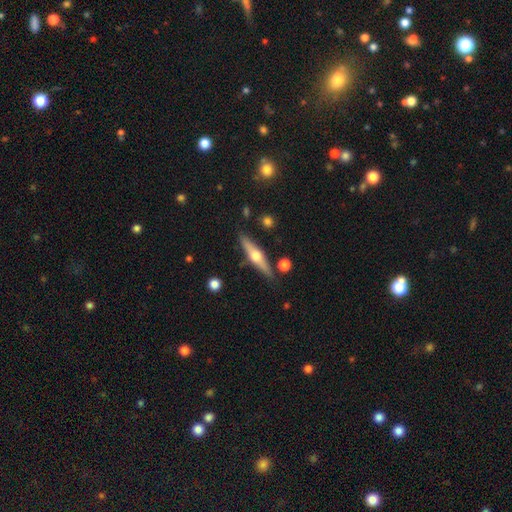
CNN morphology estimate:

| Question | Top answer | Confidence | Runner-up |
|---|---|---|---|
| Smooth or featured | featured or disk | 65% | smooth (29%) |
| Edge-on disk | yes | 95% | no (5%) |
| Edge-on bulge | rounded | 94% | boxy (3%) |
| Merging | none | 85% | minor disturbance (9%) |